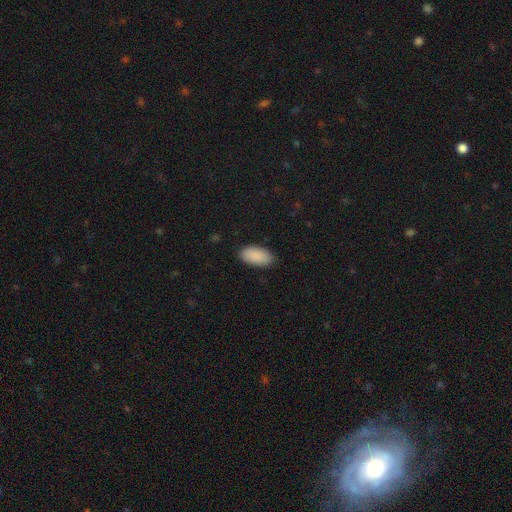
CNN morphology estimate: smooth_or_featured: smooth (p=0.91) [alt: star or artifact p=0.06]
how_rounded: in between (p=0.95) [alt: cigar-shaped p=0.03]
merging: none (p=0.86) [alt: minor disturbance p=0.11]